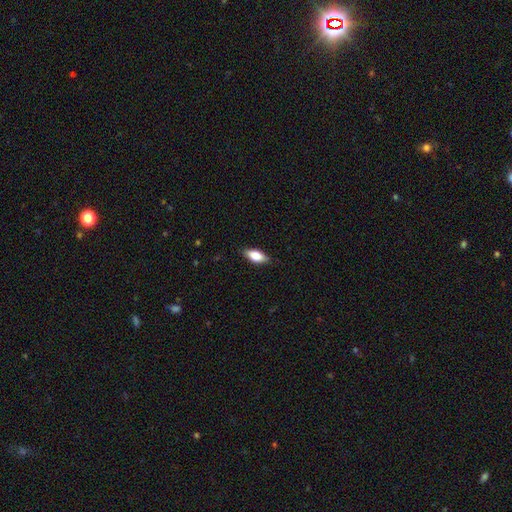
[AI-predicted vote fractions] Smooth or featured: smooth — 74% (featured or disk — 20%)
How rounded: in between — 80% (cigar-shaped — 17%)
Merging: none — 85% (minor disturbance — 12%)